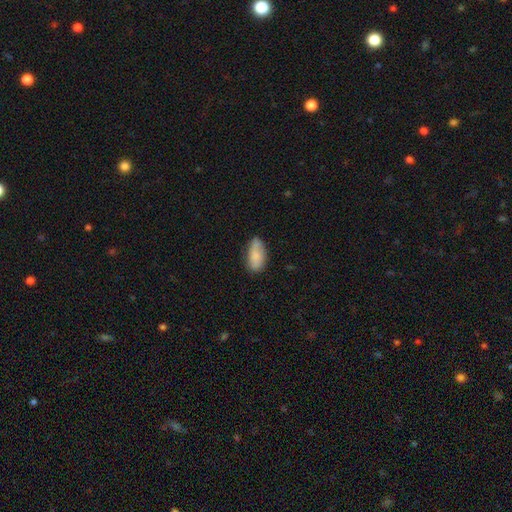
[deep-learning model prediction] This appears to be a smooth galaxy with no disk features (79%) that is in between round and cigar-shaped (91%). Merging: none (66%).